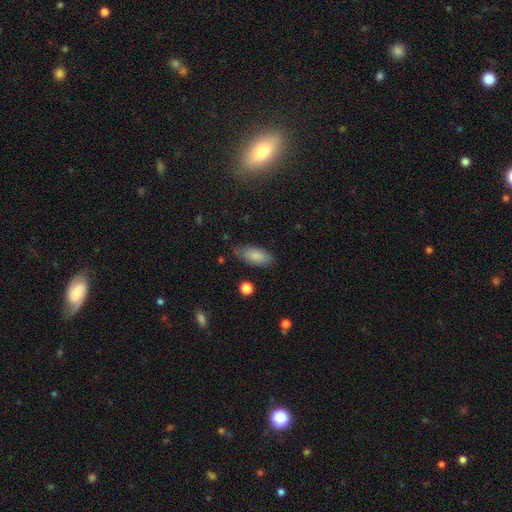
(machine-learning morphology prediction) Overall: smooth (86%). How rounded: in between (86%). Merging: none (77%).